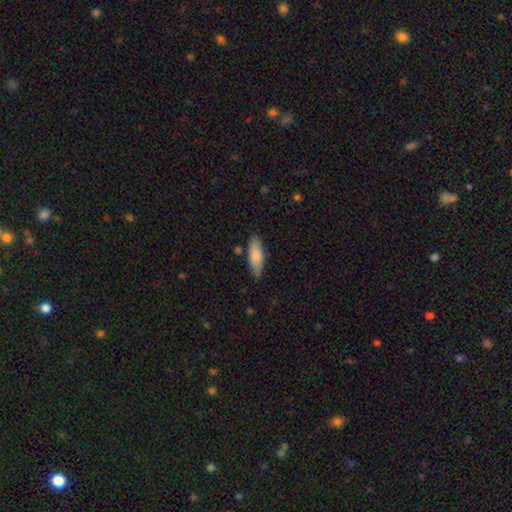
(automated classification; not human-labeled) Smooth or featured: smooth — 81% (featured or disk — 13%)
How rounded: in between — 64% (cigar-shaped — 34%)
Merging: none — 81% (minor disturbance — 14%)